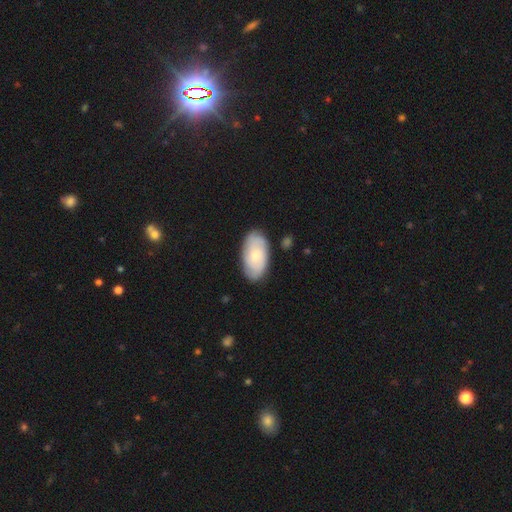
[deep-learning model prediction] smooth-or-featured: smooth: 55% | featured or disk: 39% | star or artifact: 6%
  how-rounded: in between: 94% | round: 3% | cigar-shaped: 2%
  merging: none: 81% | minor disturbance: 14% | major disturbance: 3% | merger: 2%